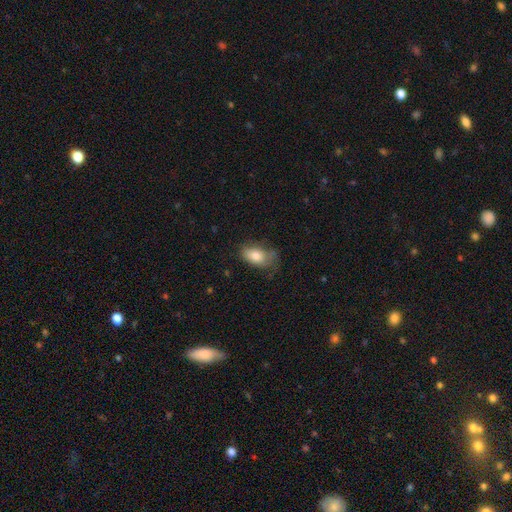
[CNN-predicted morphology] A smooth galaxy with no disk features (79%) that is in between round and cigar-shaped (90%).

Vote fractions:
- Smooth or featured? smooth: 79% / featured or disk: 13% / star or artifact: 8%
- How rounded? in between: 90% / round: 7% / cigar-shaped: 2%
- Merging? none: 47% / minor disturbance: 34% / major disturbance: 17% / merger: 2%